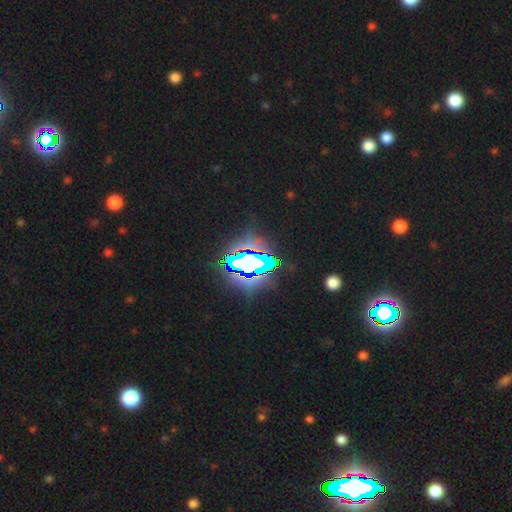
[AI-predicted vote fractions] Smooth or featured? star or artifact (83%)